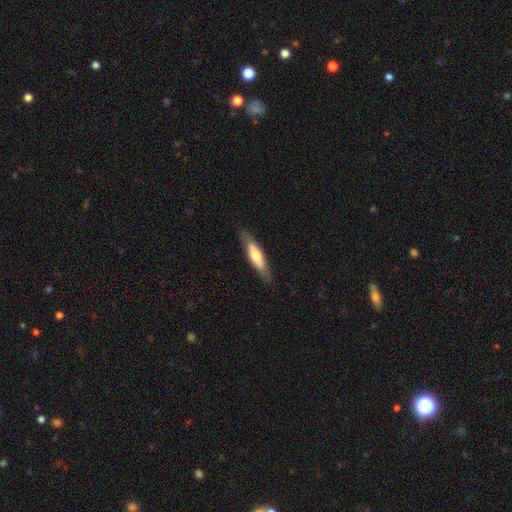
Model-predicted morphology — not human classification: This is possibly a smooth galaxy (53%). How rounded: likely cigar-shaped (69%). Merging: clearly none (82%).